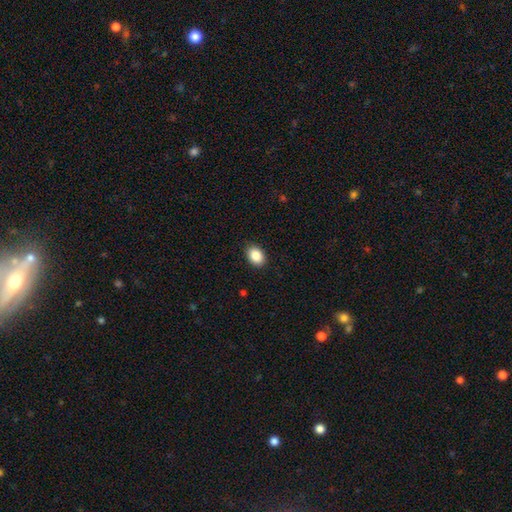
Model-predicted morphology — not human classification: Smooth or featured? smooth (88%)
How rounded? in between (75%)
Merging? none (88%)